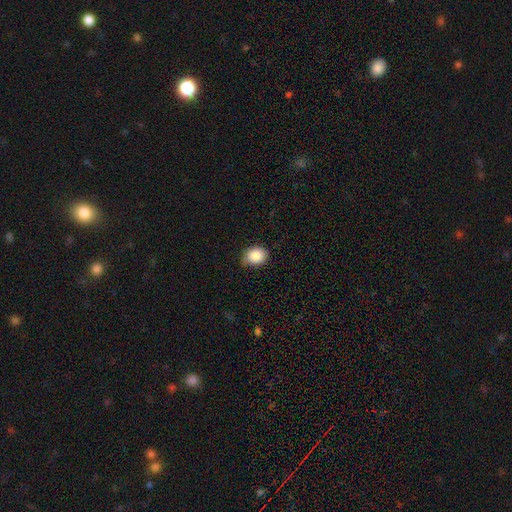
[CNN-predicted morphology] smooth-or-featured: smooth: 87% | star or artifact: 8% | featured or disk: 4%
  how-rounded: in between: 51% | round: 48% | cigar-shaped: 1%
  merging: none: 69% | minor disturbance: 26% | major disturbance: 4% | merger: 1%